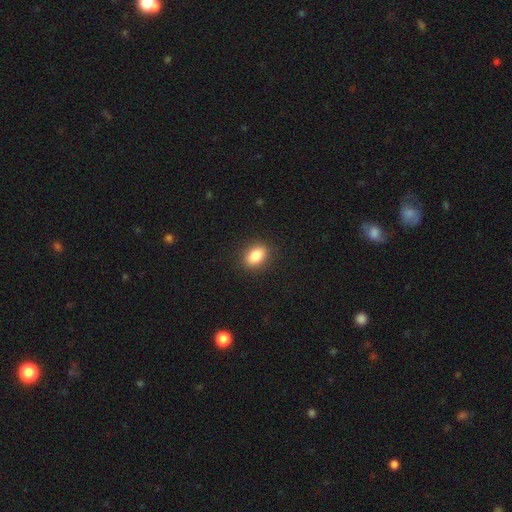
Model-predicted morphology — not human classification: A smooth galaxy with no disk features (84%) that is in between round and cigar-shaped (75%).

Vote fractions:
- Smooth or featured? smooth: 84% / star or artifact: 9% / featured or disk: 7%
- How rounded? in between: 75% / round: 23% / cigar-shaped: 2%
- Merging? none: 89% / minor disturbance: 8% / major disturbance: 2% / merger: 1%